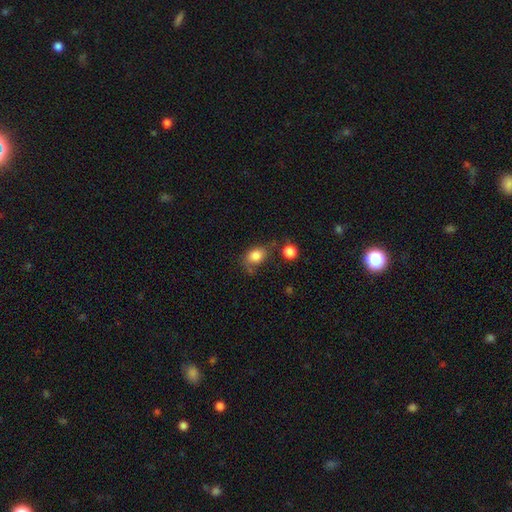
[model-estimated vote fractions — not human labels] A smooth galaxy with no disk features (82%) that is in between round and cigar-shaped (68%). Merging: none (57%).